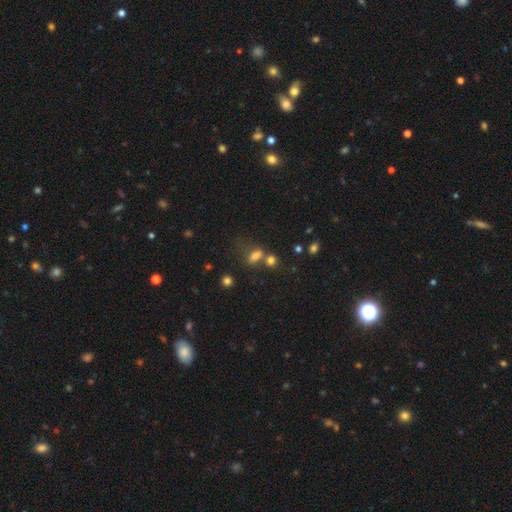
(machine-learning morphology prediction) smooth 73%, star or artifact 16%, featured or disk 10%. Down the decision tree: how rounded — in between (73%); merging — none (41%).